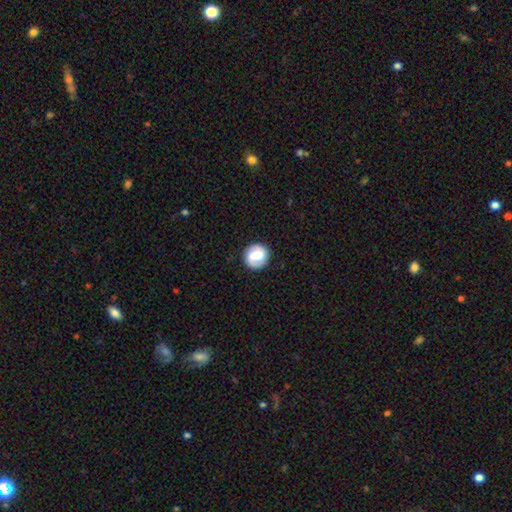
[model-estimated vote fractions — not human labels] Smooth or featured? Predicted: smooth (p=0.61). How rounded? Predicted: round (p=0.87). Merging? Predicted: none (p=0.88).